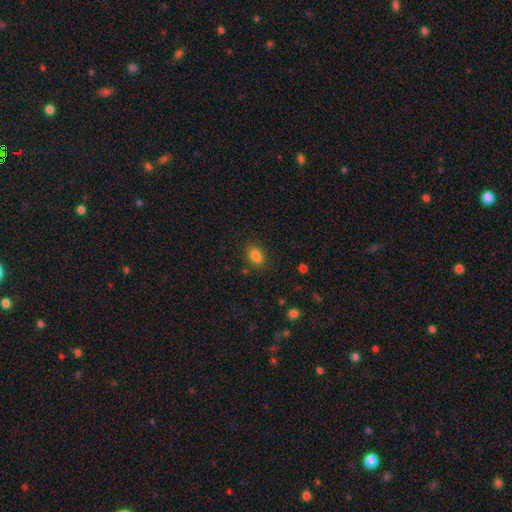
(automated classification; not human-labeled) This is clearly a smooth galaxy (83%). How rounded: likely in between (79%). Merging: clearly none (82%).